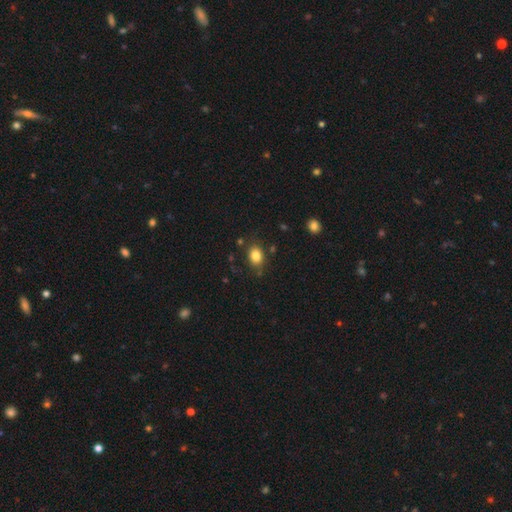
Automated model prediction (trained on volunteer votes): This appears to be a smooth galaxy with no disk features (83%) that is in between round and cigar-shaped (66%). Merging: none (80%).